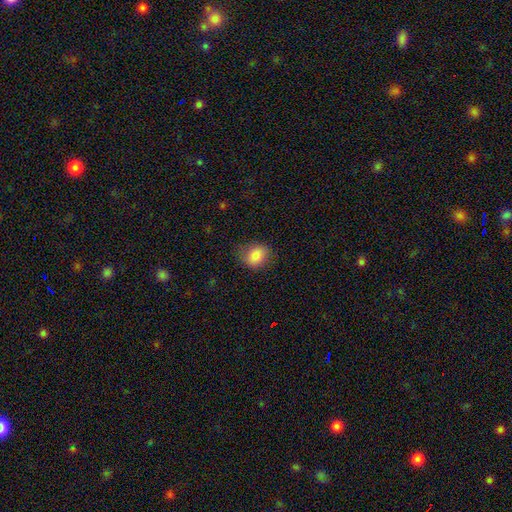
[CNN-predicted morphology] This is clearly a smooth galaxy (85%). How rounded: possibly round (54%). Merging: likely none (76%).